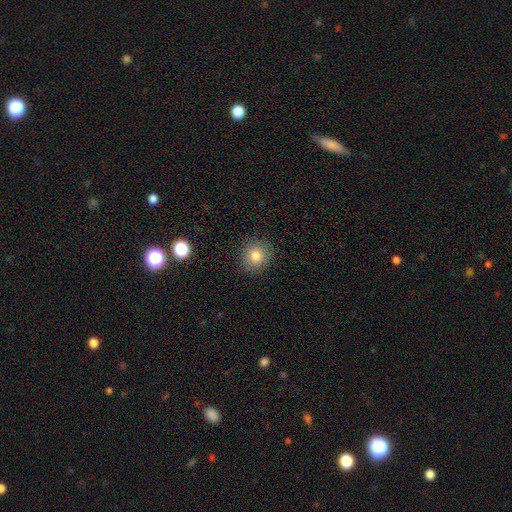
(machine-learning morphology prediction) The model was most divided on "how rounded": round: 85%, in between: 14%, cigar-shaped: 1%. More confident: merging — none (86%); smooth or featured — smooth (82%).